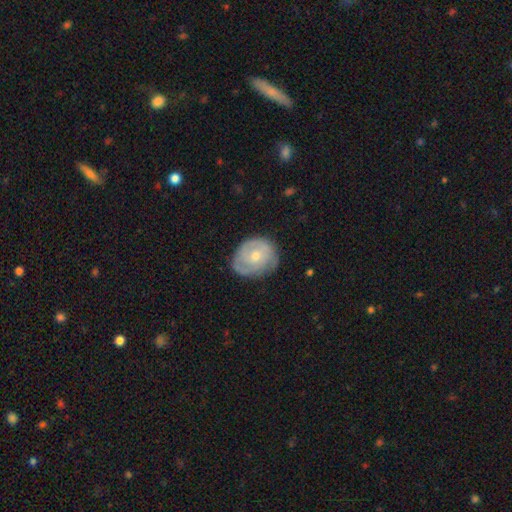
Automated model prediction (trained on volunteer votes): Overall: featured or disk (66%; smooth 28%). Edge-on disk: no (97%). Bar: no (77%). Spiral arms: yes (78%). Bulge size: moderate (52%; small 45%). Merging: none (69%).